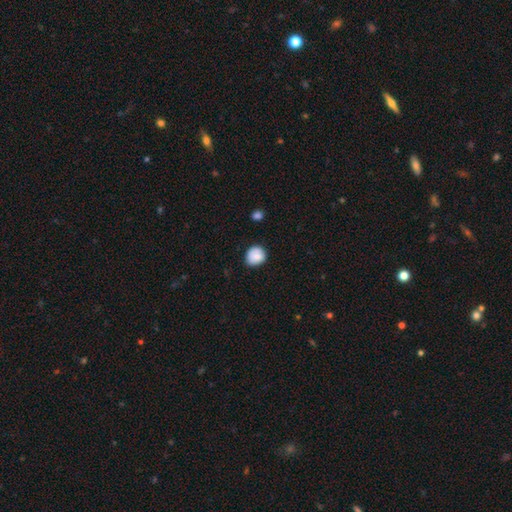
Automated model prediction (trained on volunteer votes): This appears to be a smooth galaxy with no disk features (81%) that is round (82%). Merging: none (76%).